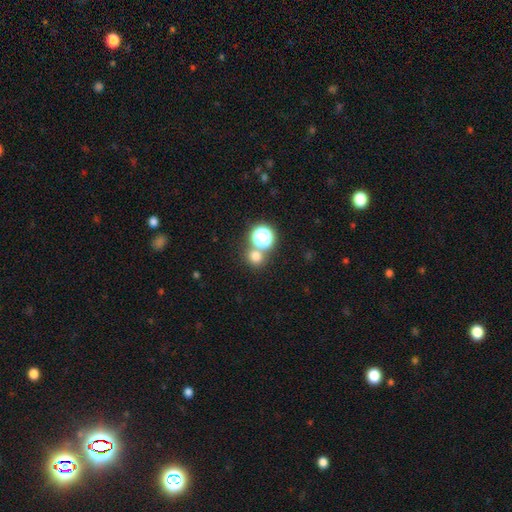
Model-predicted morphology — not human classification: A smooth galaxy with no disk features (70%) that is round (87%).

Vote fractions:
- Smooth or featured? smooth: 70% / star or artifact: 23% / featured or disk: 6%
- How rounded? round: 87% / in between: 12% / cigar-shaped: 1%
- Merging? none: 66% / merger: 24% / minor disturbance: 7% / major disturbance: 3%